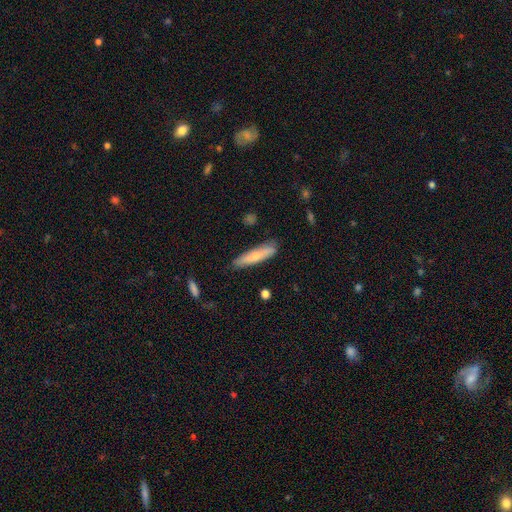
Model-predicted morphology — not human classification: Overall: smooth (66%; featured or disk 28%). How rounded: cigar-shaped (85%). Merging: none (82%).